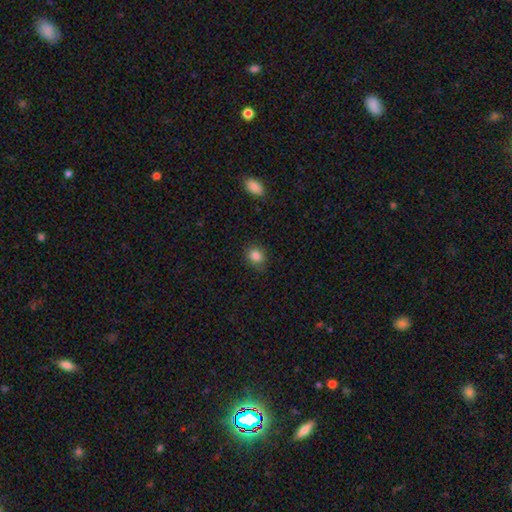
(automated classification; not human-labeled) Smooth or featured?
  - smooth: 84% *
  - star or artifact: 11%
  - featured or disk: 5%
How rounded?
  - round: 71% *
  - in between: 28%
  - cigar-shaped: 1%
Merging?
  - none: 81% *
  - minor disturbance: 15%
  - major disturbance: 3%
  - merger: 1%